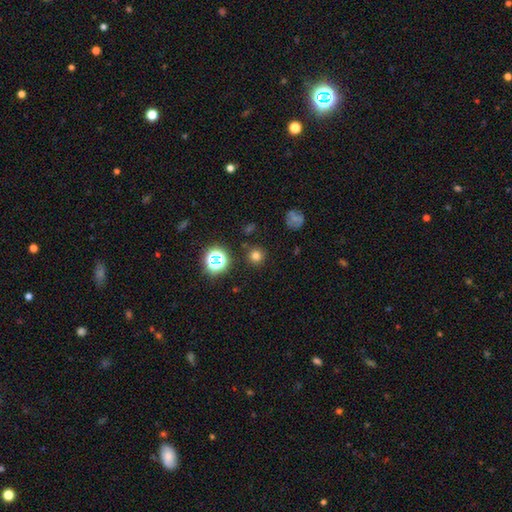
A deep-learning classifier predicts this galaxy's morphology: A smooth galaxy with no disk features (73%) that is round (94%).

Vote fractions:
- Smooth or featured? smooth: 73% / star or artifact: 21% / featured or disk: 6%
- How rounded? round: 94% / in between: 5% / cigar-shaped: 1%
- Merging? none: 88% / minor disturbance: 7% / merger: 3% / major disturbance: 3%